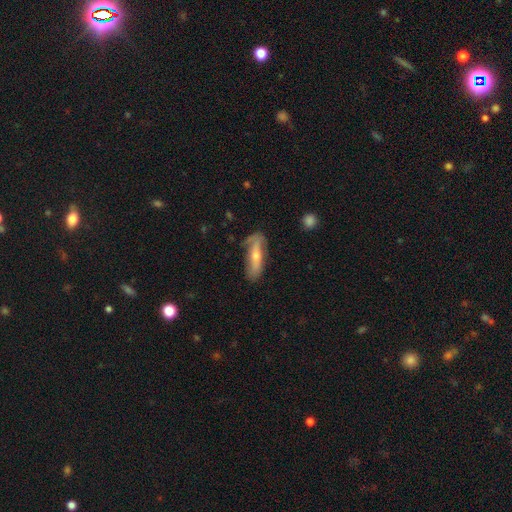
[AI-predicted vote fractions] Q: Smooth or featured?
A: featured or disk (52%); runner-up: smooth (40%)
Q: Edge-on disk?
A: no (52%); runner-up: yes (48%)
Q: Merging?
A: none (68%); runner-up: minor disturbance (23%)